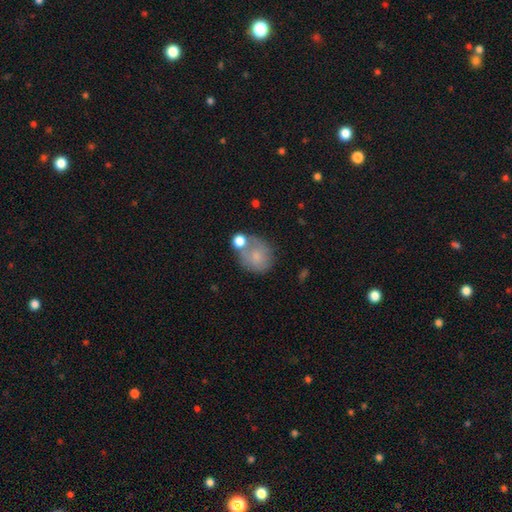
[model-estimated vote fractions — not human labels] smooth_or_featured: smooth (p=0.72) [alt: featured or disk p=0.19]
how_rounded: round (p=0.73) [alt: in between p=0.26]
merging: none (p=0.46) [alt: merger p=0.23]